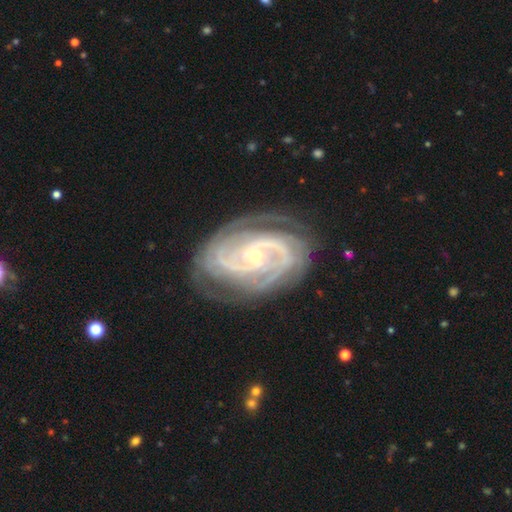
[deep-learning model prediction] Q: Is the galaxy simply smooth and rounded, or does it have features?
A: featured or disk — 92%.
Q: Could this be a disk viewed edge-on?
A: no — 97%.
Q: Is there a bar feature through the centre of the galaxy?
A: no — 57%.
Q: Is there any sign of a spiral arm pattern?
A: yes — 98%.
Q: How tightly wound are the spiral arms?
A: tight — 67%.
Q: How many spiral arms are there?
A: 2 — 37%.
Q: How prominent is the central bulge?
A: small — 75%.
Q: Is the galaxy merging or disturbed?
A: none — 75%.